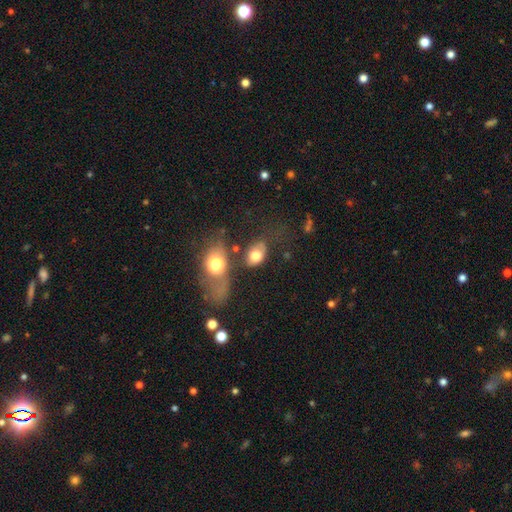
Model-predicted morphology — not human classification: A smooth galaxy with no disk features (74%) that is in between round and cigar-shaped (76%).

Vote fractions:
- Smooth or featured? smooth: 74% / featured or disk: 18% / star or artifact: 9%
- How rounded? in between: 76% / round: 23% / cigar-shaped: 2%
- Merging? none: 47% / merger: 22% / minor disturbance: 19% / major disturbance: 13%